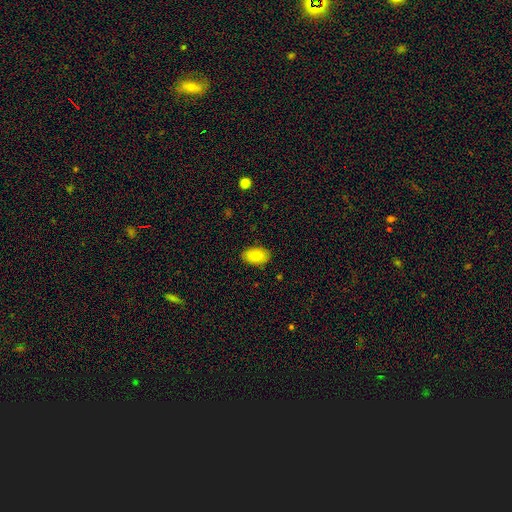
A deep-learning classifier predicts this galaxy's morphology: This appears to be a smooth galaxy with no disk features (84%) that is in between round and cigar-shaped (92%). Merging: none (87%).